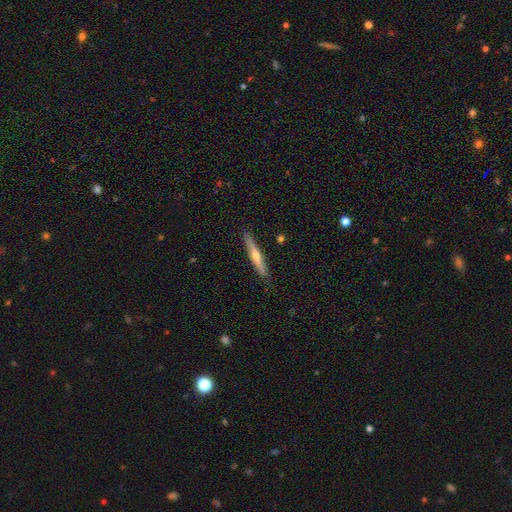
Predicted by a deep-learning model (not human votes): A featured or disk galaxy (58%) viewed edge-on (96%) with a rounded central bulge (86%).

Vote fractions:
- Smooth or featured? featured or disk: 58% / smooth: 37% / star or artifact: 6%
- Edge-on disk? yes: 96% / no: 4%
- Edge-on bulge? rounded: 86% / none: 12% / boxy: 3%
- Merging? none: 88% / minor disturbance: 9% / major disturbance: 2% / merger: 1%